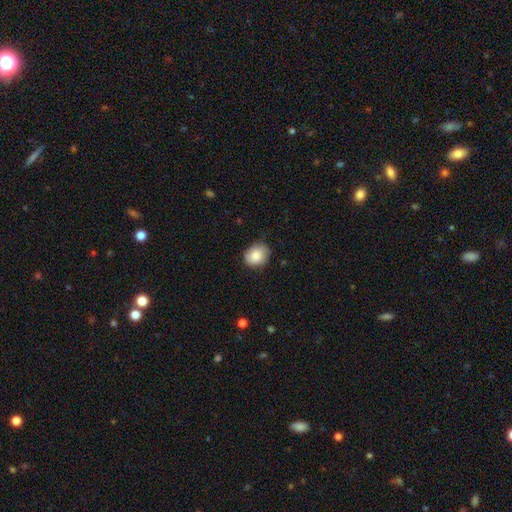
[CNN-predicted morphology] A smooth galaxy with no disk features (84%) that is round (51%). Merging: none (77%).